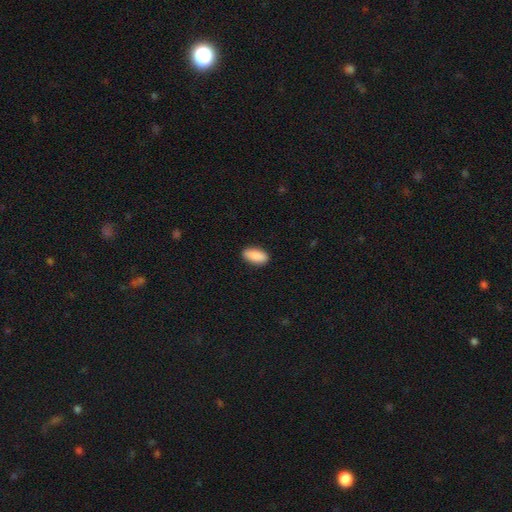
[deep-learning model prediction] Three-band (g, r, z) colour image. It shows a smooth galaxy with no disk features (90%) that is in between round and cigar-shaped (90%). Merging: none (89%).